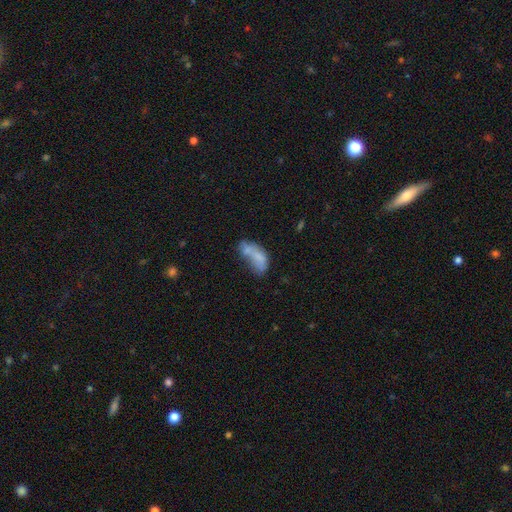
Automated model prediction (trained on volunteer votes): A smooth galaxy with no disk features (63%) that is in between round and cigar-shaped (84%).

Vote fractions:
- Smooth or featured? smooth: 63% / featured or disk: 26% / star or artifact: 11%
- How rounded? in between: 84% / cigar-shaped: 11% / round: 5%
- Merging? merger: 40% / none: 21% / major disturbance: 21% / minor disturbance: 18%